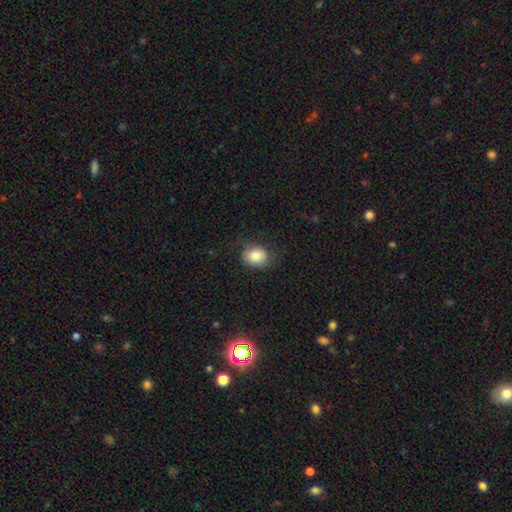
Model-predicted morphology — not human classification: A smooth galaxy with no disk features (84%) that is in between round and cigar-shaped (56%). Merging: none (74%).